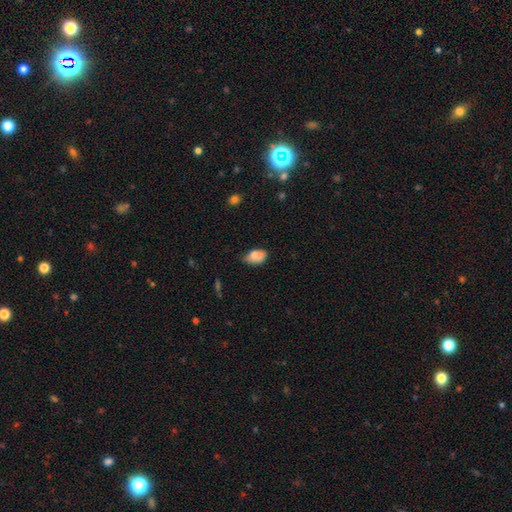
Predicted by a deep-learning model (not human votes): Overall: smooth (83%). How rounded: in between (90%). Merging: none (56%; minor disturbance 36%).